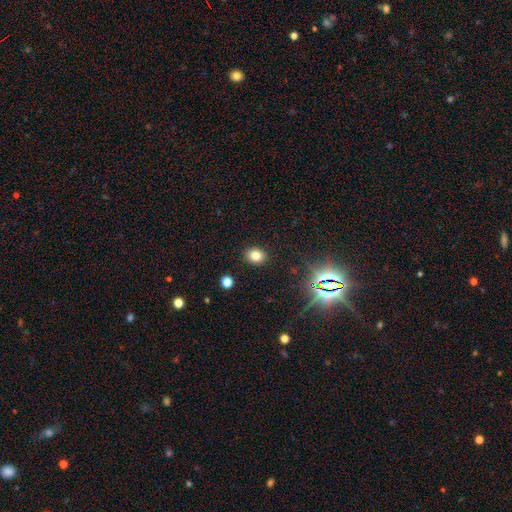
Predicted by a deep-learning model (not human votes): smooth-or-featured: smooth: 77% | star or artifact: 16% | featured or disk: 7%
  how-rounded: round: 54% | in between: 45% | cigar-shaped: 1%
  merging: none: 90% | minor disturbance: 7% | major disturbance: 2% | merger: 1%